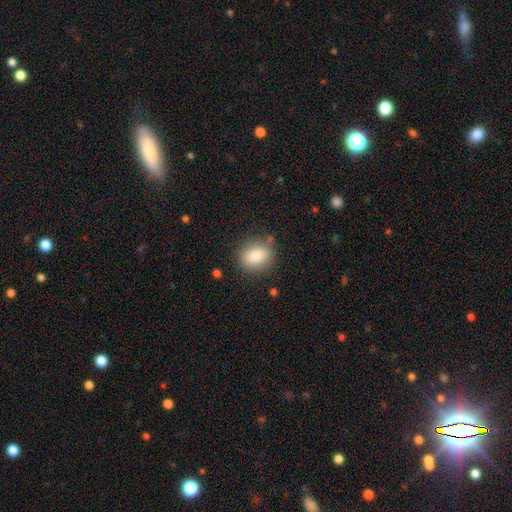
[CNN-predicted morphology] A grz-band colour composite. It shows a smooth galaxy with no disk features (85%) that is round (51%). Merging: none (80%).